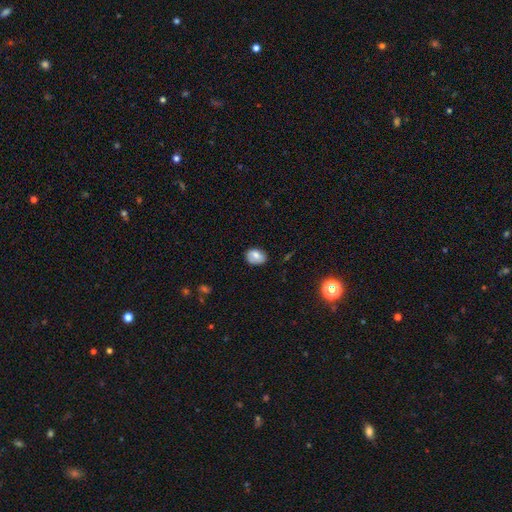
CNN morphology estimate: Smooth or featured? smooth (74%)
How rounded? in between (73%)
Merging? none (72%)